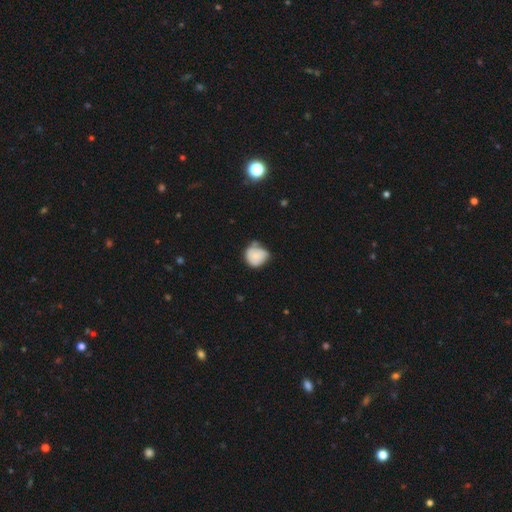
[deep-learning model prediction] smooth_or_featured: smooth (p=0.76) [alt: featured or disk p=0.16]
how_rounded: round (p=0.77) [alt: in between p=0.22]
merging: minor disturbance (p=0.40) [alt: none p=0.39]